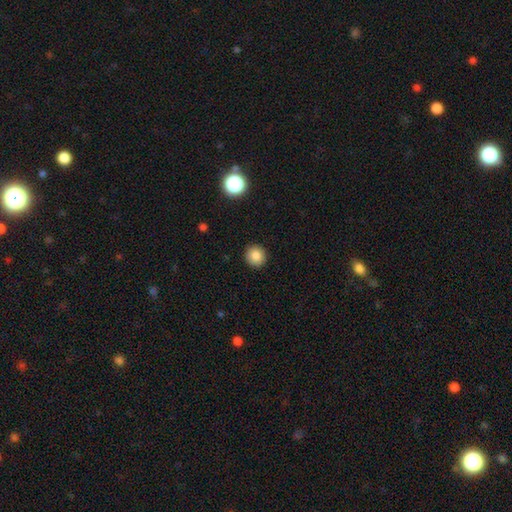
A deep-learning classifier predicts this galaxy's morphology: This is clearly a smooth galaxy (85%). How rounded: clearly round (94%). Merging: clearly none (92%).